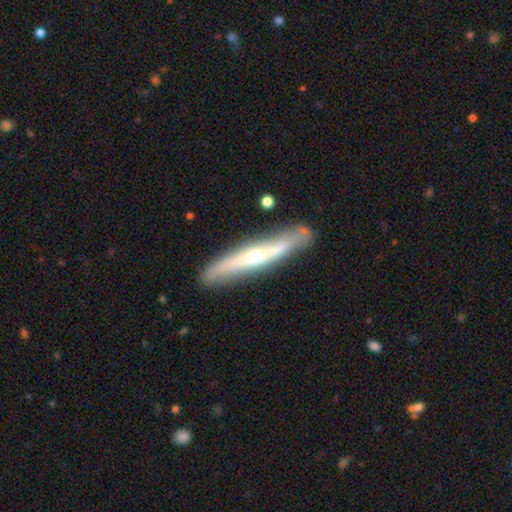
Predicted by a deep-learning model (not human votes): A featured or disk galaxy (70%) viewed edge-on (80%) with a rounded central bulge (80%).

Vote fractions:
- Smooth or featured? featured or disk: 70% / smooth: 24% / star or artifact: 6%
- Edge-on disk? yes: 80% / no: 20%
- Edge-on bulge? rounded: 80% / none: 16% / boxy: 4%
- Merging? none: 85% / minor disturbance: 11% / major disturbance: 2% / merger: 2%